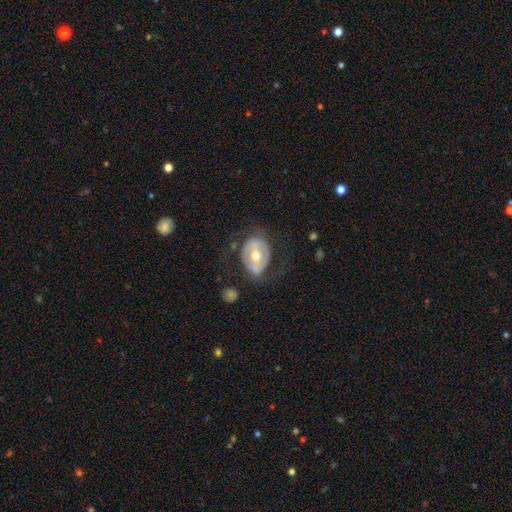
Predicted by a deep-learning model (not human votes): Smooth or featured? featured or disk (61%)
Edge-on disk? no (94%)
Bar? weak (35%)
Spiral arms? no (54%)
Bulge size? moderate (73%)
Merging? none (53%)